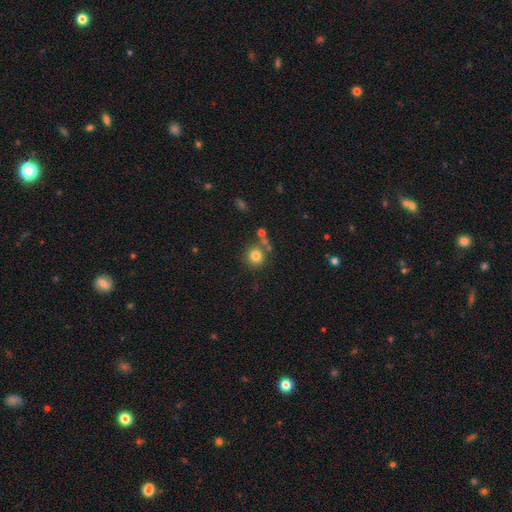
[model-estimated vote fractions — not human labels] Smooth or featured: smooth — 80% (star or artifact — 12%)
How rounded: round — 90% (in between — 9%)
Merging: none — 71% (merger — 14%)